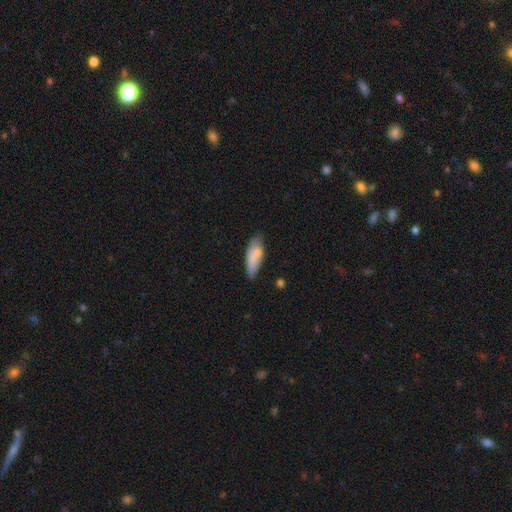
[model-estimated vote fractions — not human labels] The model was most divided on "how rounded": in between: 58%, cigar-shaped: 40%, round: 2%. More confident: smooth or featured — smooth (76%); merging — none (67%).